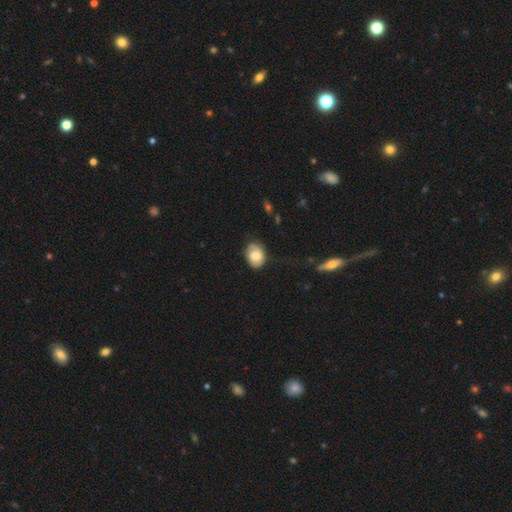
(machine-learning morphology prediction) The model was most divided on "how rounded": in between: 66%, round: 33%, cigar-shaped: 1%. More confident: smooth or featured — smooth (71%); merging — none (64%).